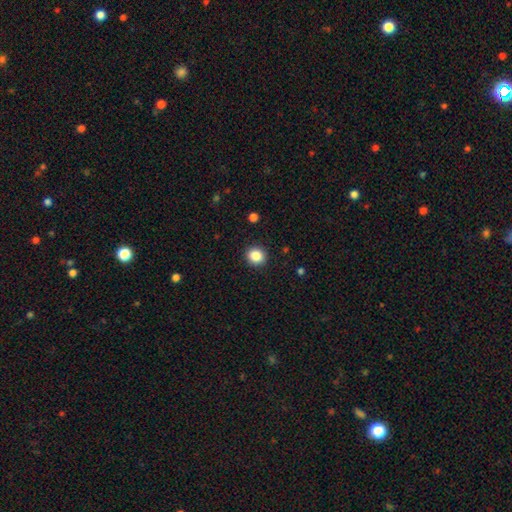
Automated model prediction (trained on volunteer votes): Smooth or featured? smooth (86%)
How rounded? round (89%)
Merging? none (92%)